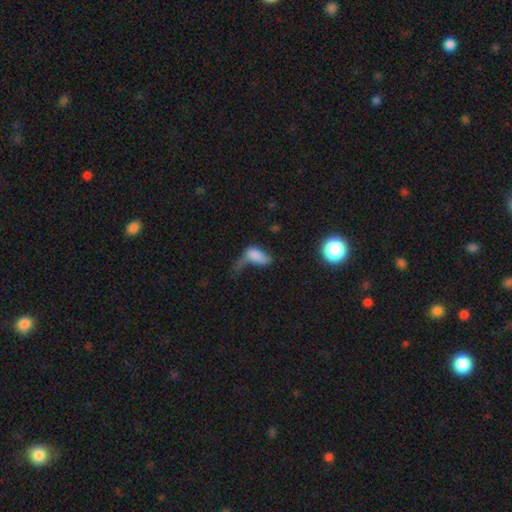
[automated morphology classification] Smooth or featured? Predicted: smooth (p=0.68). How rounded? Predicted: in between (p=0.87). Merging? Predicted: major disturbance (p=0.48).